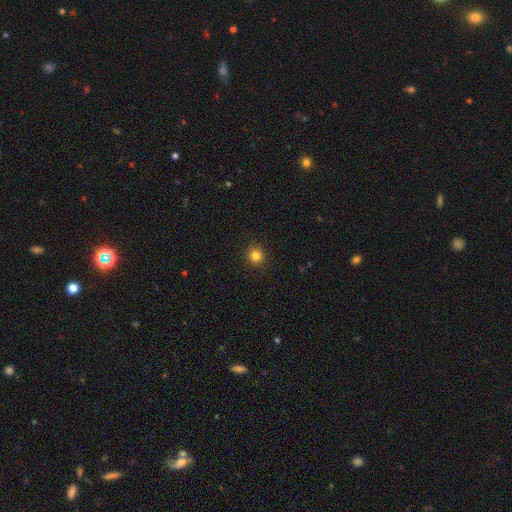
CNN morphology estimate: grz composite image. It shows a smooth galaxy with no disk features (82%) that is round (91%). Merging: none (91%).